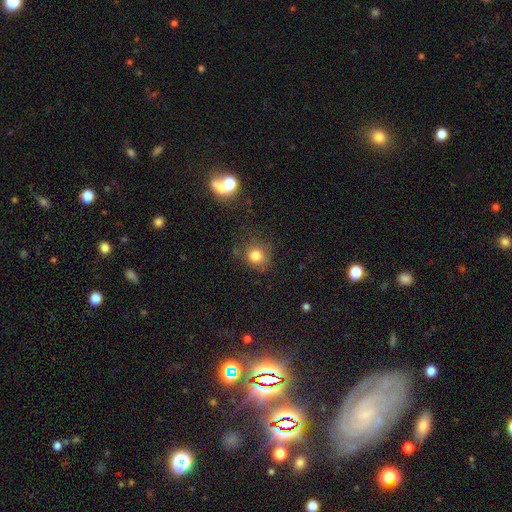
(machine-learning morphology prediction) A smooth galaxy with no disk features (81%) that is round (84%). Merging: none (73%).